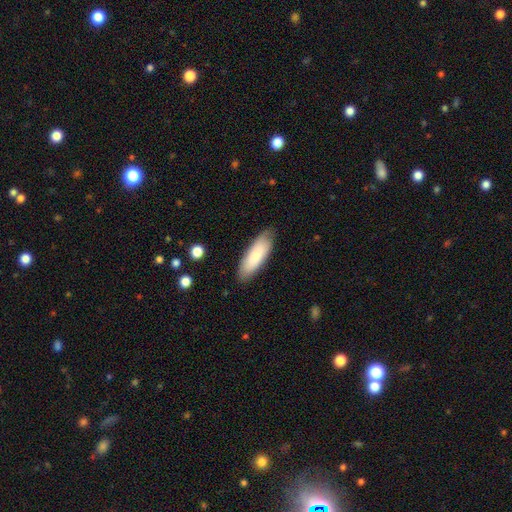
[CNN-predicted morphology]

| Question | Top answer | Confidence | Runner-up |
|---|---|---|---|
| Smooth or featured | smooth | 78% | featured or disk (16%) |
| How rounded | in between | 60% | cigar-shaped (39%) |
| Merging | none | 81% | minor disturbance (15%) |